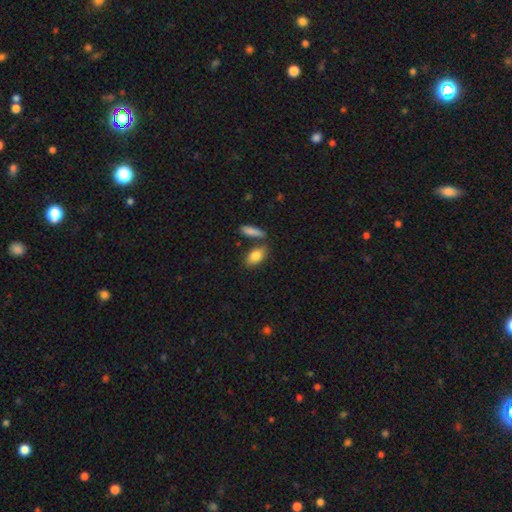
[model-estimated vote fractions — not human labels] smooth_or_featured: smooth (p=0.84) [alt: featured or disk p=0.10]
how_rounded: in between (p=0.86) [alt: cigar-shaped p=0.08]
merging: none (p=0.66) [alt: merger p=0.17]